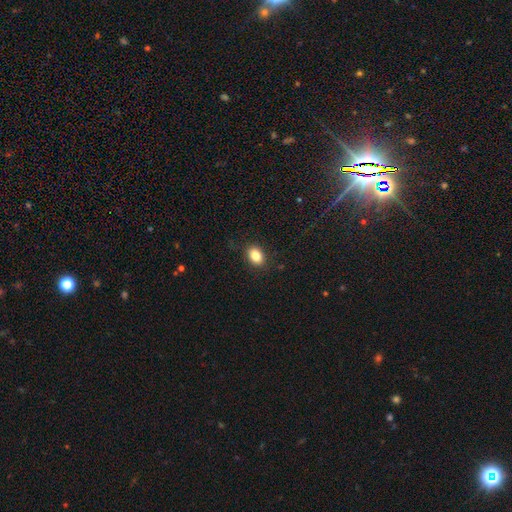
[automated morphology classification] A smooth galaxy with no disk features (85%) that is in between round and cigar-shaped (74%). Merging: none (87%).